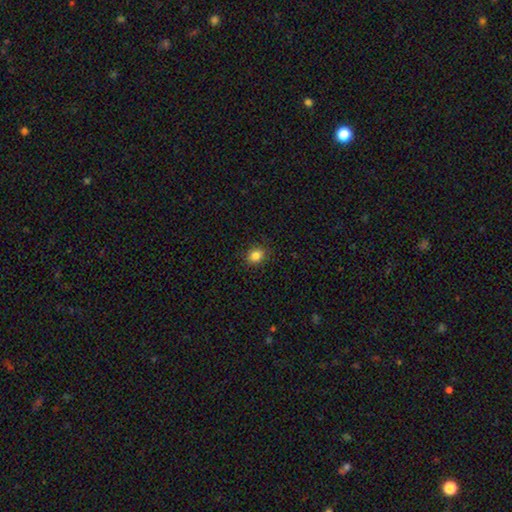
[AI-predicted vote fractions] A smooth galaxy with no disk features (85%) that is round (55%). Merging: none (89%).